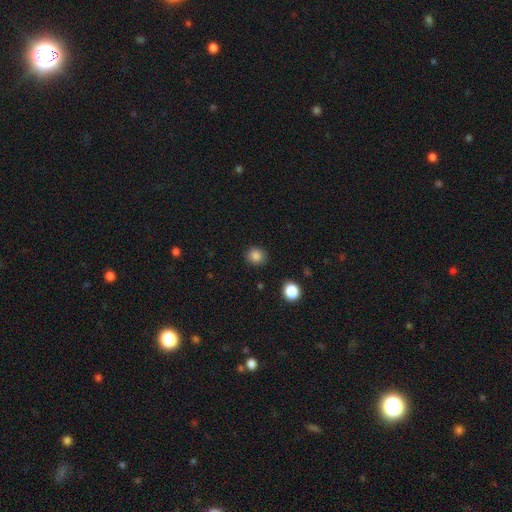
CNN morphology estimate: This appears to be a smooth galaxy with no disk features (85%) that is round (84%). Merging: none (86%).